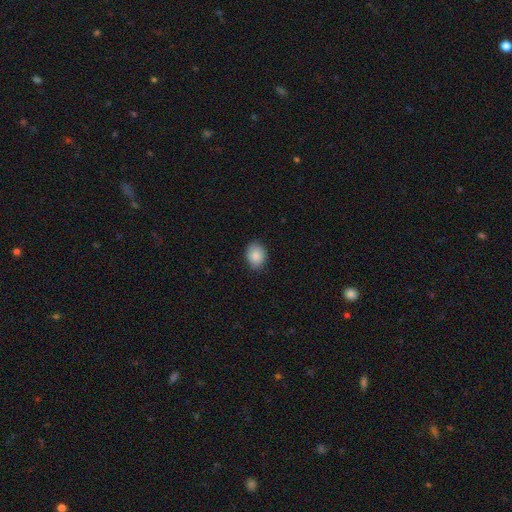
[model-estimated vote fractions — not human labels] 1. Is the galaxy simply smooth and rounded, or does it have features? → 88% smooth, 8% star or artifact, 4% featured or disk.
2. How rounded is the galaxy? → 62% in between, 37% round, 1% cigar-shaped.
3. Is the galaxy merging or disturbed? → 86% none, 11% minor disturbance, 2% major disturbance, 1% merger.